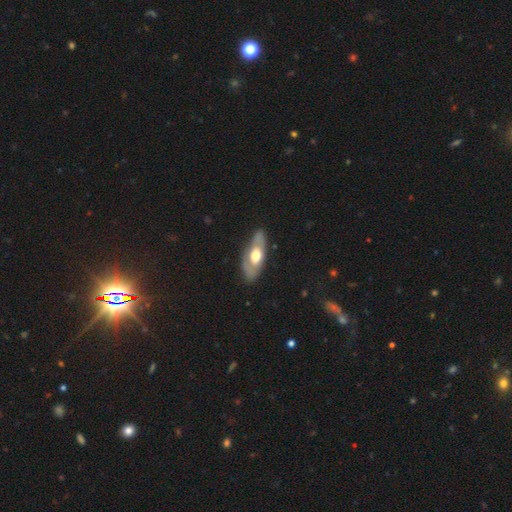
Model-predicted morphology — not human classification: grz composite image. It shows a featured or disk galaxy (55%). Merging: none (77%).